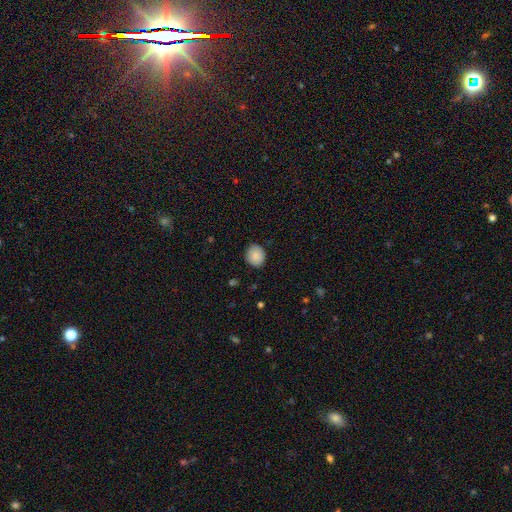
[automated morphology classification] type=smooth (86%); roundness=round (82%); merging=none (87%).